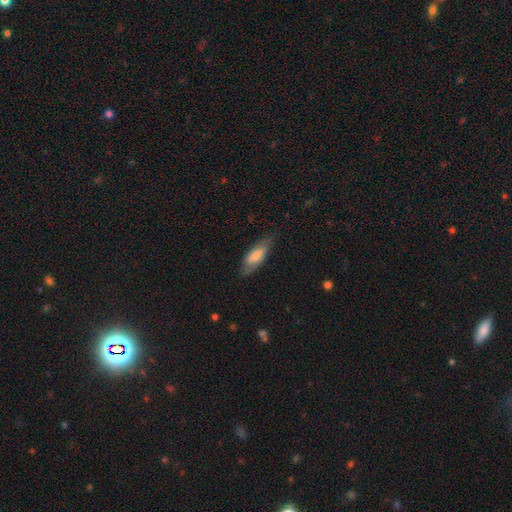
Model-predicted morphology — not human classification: A smooth galaxy with no disk features (66%) that is in between round and cigar-shaped (62%). Merging: none (76%).